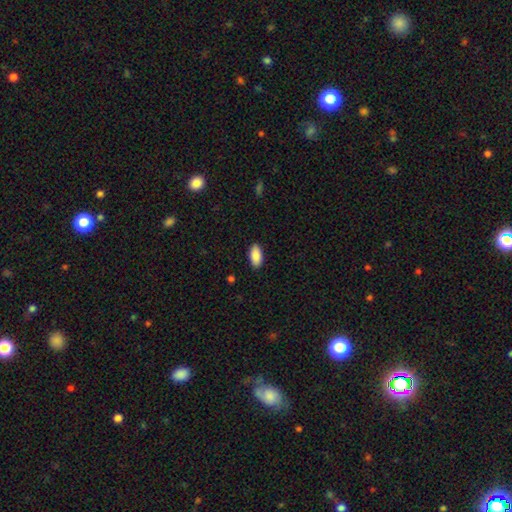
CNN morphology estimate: This is clearly a smooth galaxy (89%). How rounded: clearly in between (93%). Merging: clearly none (89%).